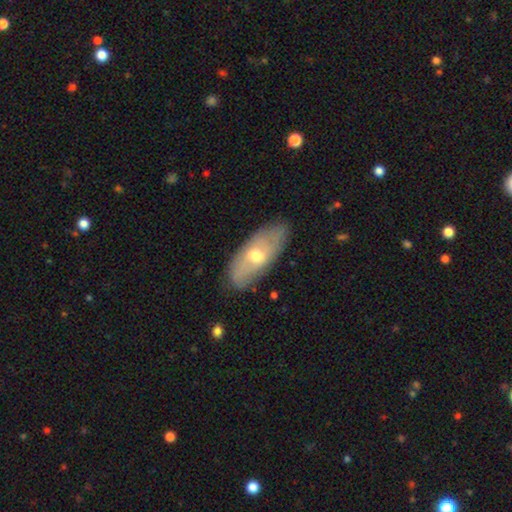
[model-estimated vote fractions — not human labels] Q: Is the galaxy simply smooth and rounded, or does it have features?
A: featured or disk — 48%.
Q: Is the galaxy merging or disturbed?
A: none — 81%.